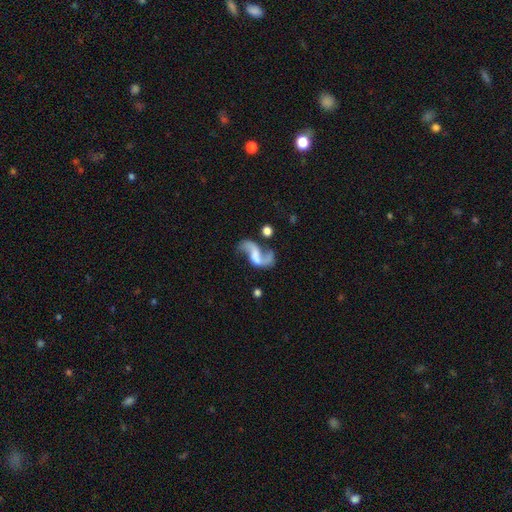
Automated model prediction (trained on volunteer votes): Smooth or featured? featured or disk (82%)
Edge-on disk? no (97%)
Bar? weak (40%)
Spiral arms? yes (91%)
Spiral winding? loose (83%)
Spiral arm count? 2 (87%)
Bulge size? none (55%)
Merging? none (44%)